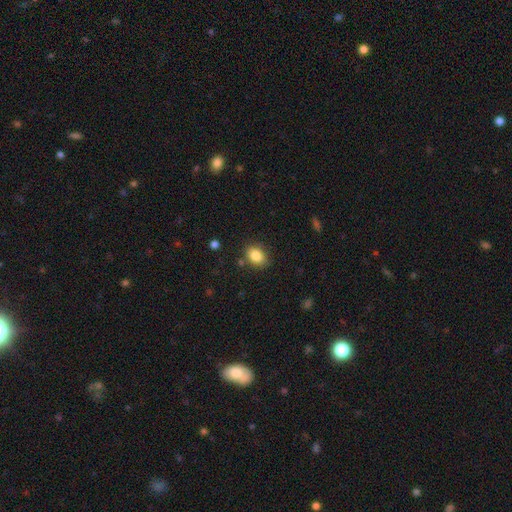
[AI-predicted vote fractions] The model was most divided on "how rounded": in between: 63%, round: 36%, cigar-shaped: 1%. More confident: smooth or featured — smooth (84%); merging — none (80%).